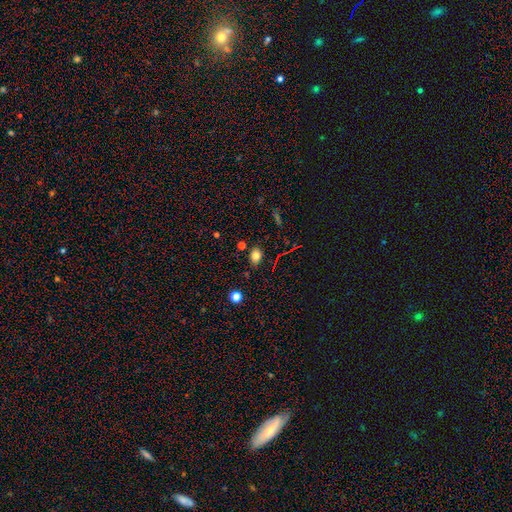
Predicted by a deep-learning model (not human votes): Smooth or featured: smooth — 78% (star or artifact — 14%)
How rounded: in between — 63% (round — 36%)
Merging: none — 80% (minor disturbance — 13%)